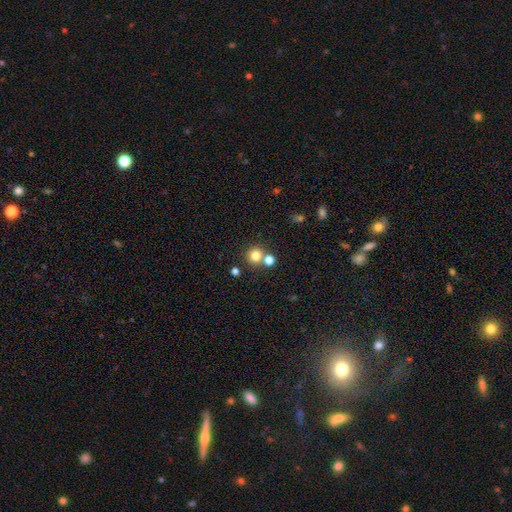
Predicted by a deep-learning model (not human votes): This is likely a smooth galaxy (78%). How rounded: clearly round (92%). Merging: likely none (68%).